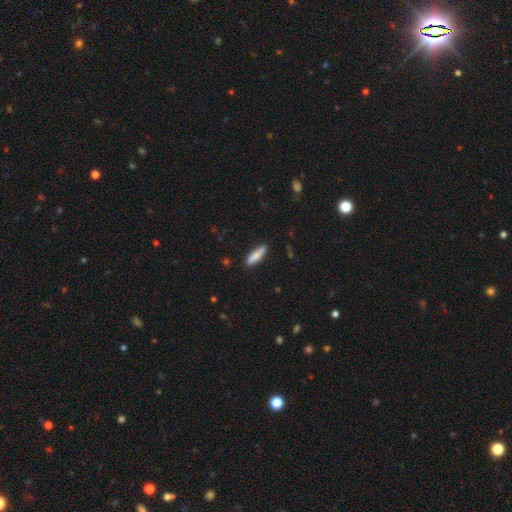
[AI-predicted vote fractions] A smooth galaxy with no disk features (83%) that is cigar-shaped (67%).

Vote fractions:
- Smooth or featured? smooth: 83% / featured or disk: 11% / star or artifact: 6%
- How rounded? cigar-shaped: 67% / in between: 31% / round: 2%
- Merging? none: 84% / minor disturbance: 12% / major disturbance: 2% / merger: 2%